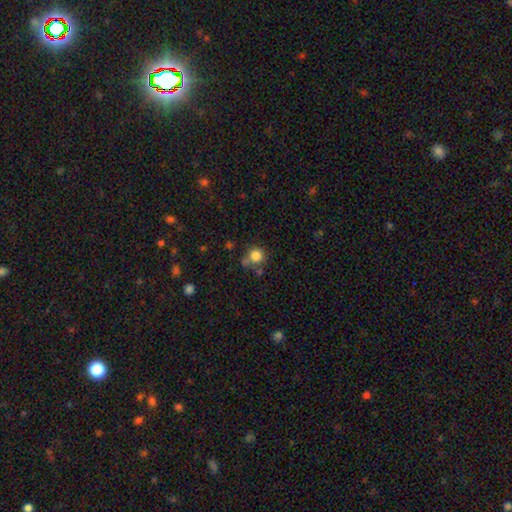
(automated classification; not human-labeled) A smooth galaxy with no disk features (81%) that is round (91%). Merging: none (65%).